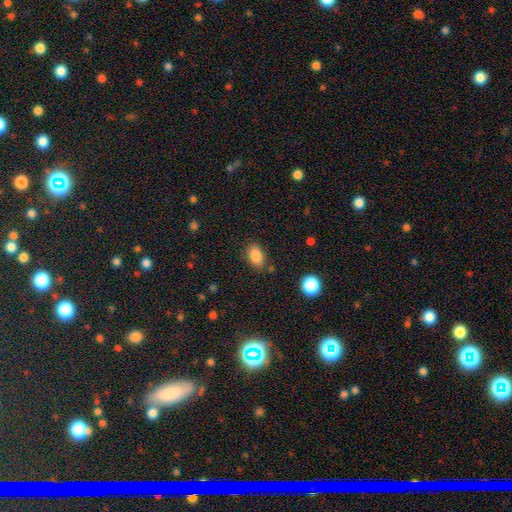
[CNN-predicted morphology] A smooth galaxy with no disk features (85%) that is in between round and cigar-shaped (87%).

Vote fractions:
- Smooth or featured? smooth: 85% / star or artifact: 9% / featured or disk: 5%
- How rounded? in between: 87% / round: 11% / cigar-shaped: 2%
- Merging? none: 82% / minor disturbance: 12% / major disturbance: 3% / merger: 3%